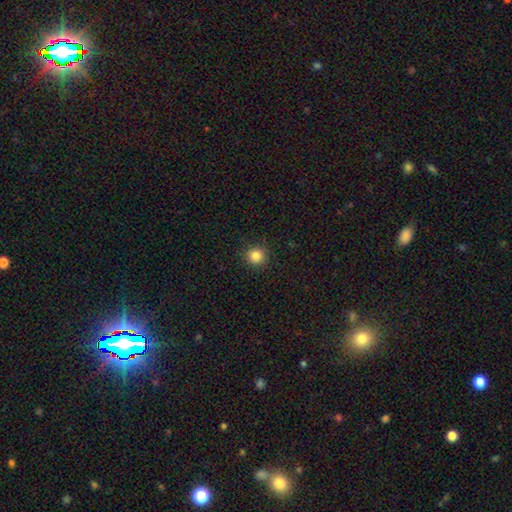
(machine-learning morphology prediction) A smooth galaxy with no disk features (85%) that is round (94%). Merging: none (91%).